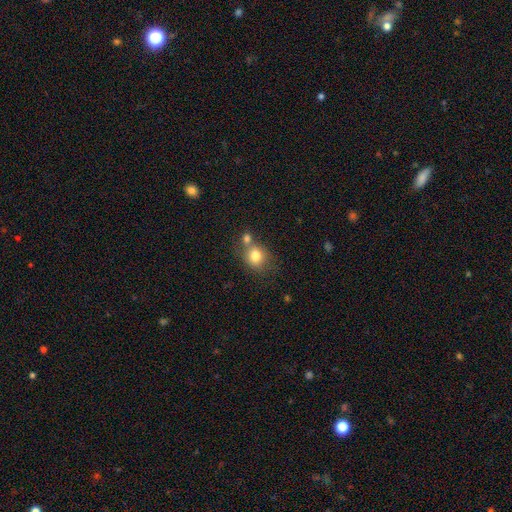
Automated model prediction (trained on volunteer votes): Smooth or featured?
  - smooth: 79% *
  - featured or disk: 11%
  - star or artifact: 10%
How rounded?
  - round: 61% *
  - in between: 38%
  - cigar-shaped: 1%
Merging?
  - none: 46% *
  - merger: 36%
  - minor disturbance: 13%
  - major disturbance: 5%